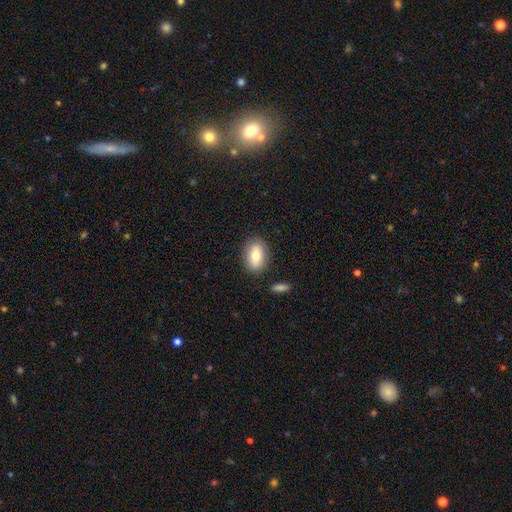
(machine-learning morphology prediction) Smooth or featured: smooth — 76% (featured or disk — 16%)
How rounded: in between — 84% (round — 13%)
Merging: none — 83% (minor disturbance — 11%)